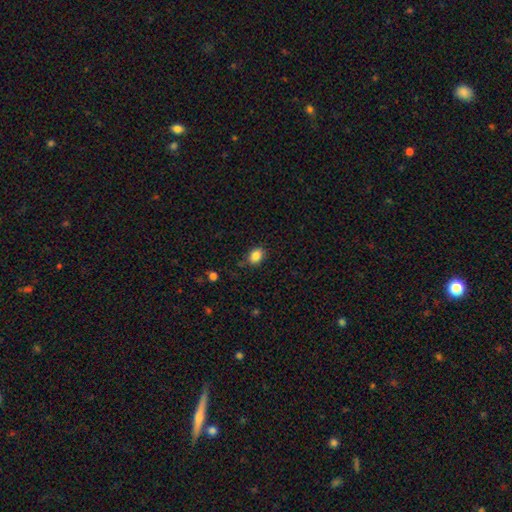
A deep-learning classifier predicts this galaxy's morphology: smooth_or_featured: smooth (p=0.85) [alt: star or artifact p=0.10]
how_rounded: in between (p=0.67) [alt: round p=0.32]
merging: none (p=0.79) [alt: minor disturbance p=0.15]